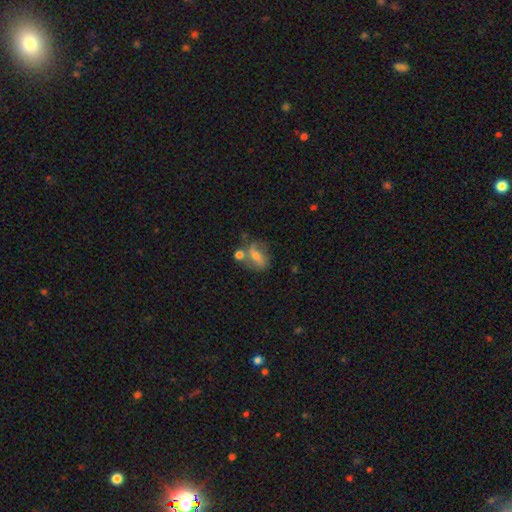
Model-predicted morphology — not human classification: Smooth or featured? Predicted: featured or disk (p=0.46). Merging? Predicted: none (p=0.46).